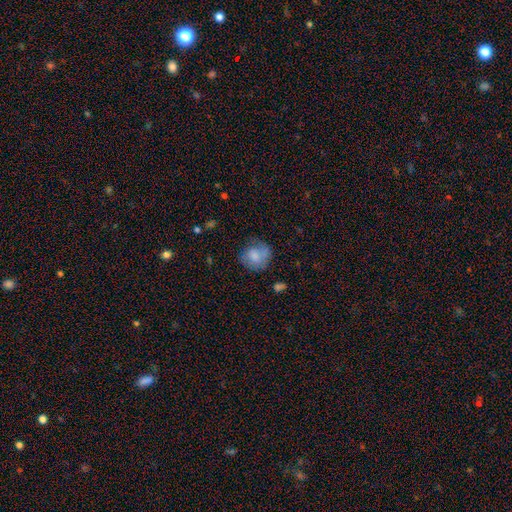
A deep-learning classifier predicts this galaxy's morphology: smooth 74%, featured or disk 17%, star or artifact 8%. Down the decision tree: how rounded — round (79%); merging — none (59%).